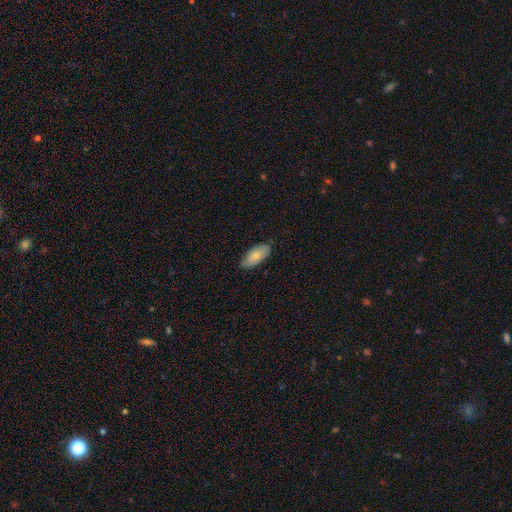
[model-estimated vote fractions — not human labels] smooth-or-featured: smooth: 81% | featured or disk: 13% | star or artifact: 6%
  how-rounded: in between: 90% | cigar-shaped: 9% | round: 2%
  merging: none: 79% | minor disturbance: 17% | major disturbance: 2% | merger: 1%